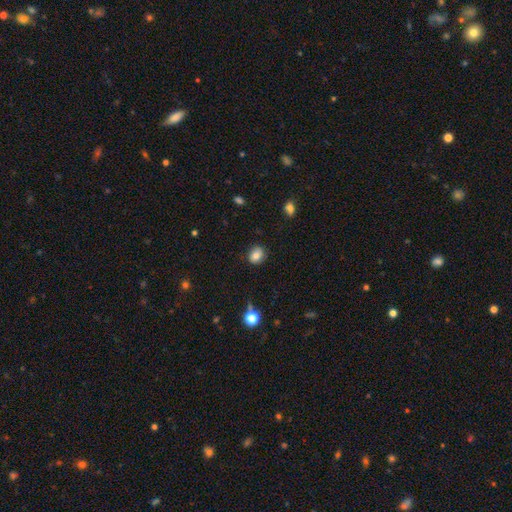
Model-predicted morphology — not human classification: Smooth or featured: smooth — 81% (star or artifact — 10%)
How rounded: round — 58% (in between — 41%)
Merging: none — 83% (minor disturbance — 13%)